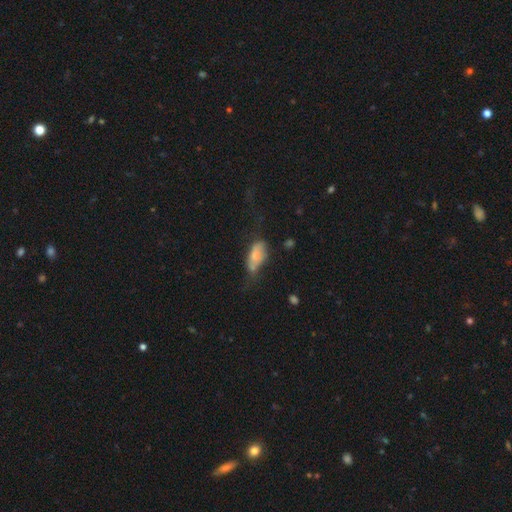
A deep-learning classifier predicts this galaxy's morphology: Smooth or featured? Predicted: smooth (p=0.69). How rounded? Predicted: in between (p=0.84). Merging? Predicted: minor disturbance (p=0.33).